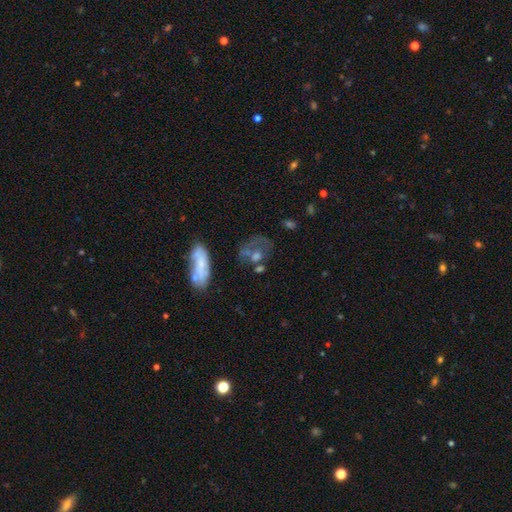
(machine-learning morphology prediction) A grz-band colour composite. It shows a featured or disk galaxy (43%). Merging: none (44%).